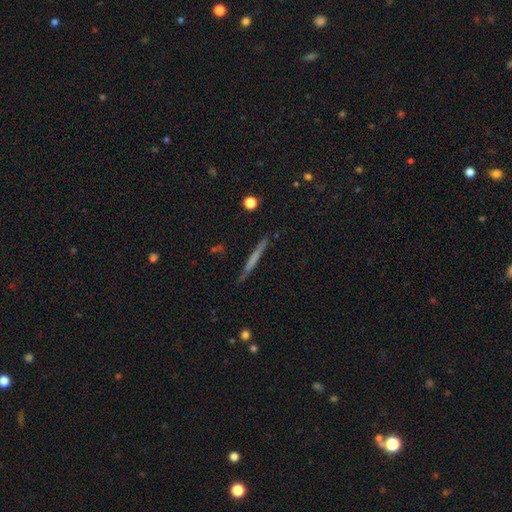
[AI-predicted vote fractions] Q: Smooth or featured?
A: smooth (48%); runner-up: featured or disk (44%)
Q: Merging?
A: none (89%); runner-up: minor disturbance (8%)